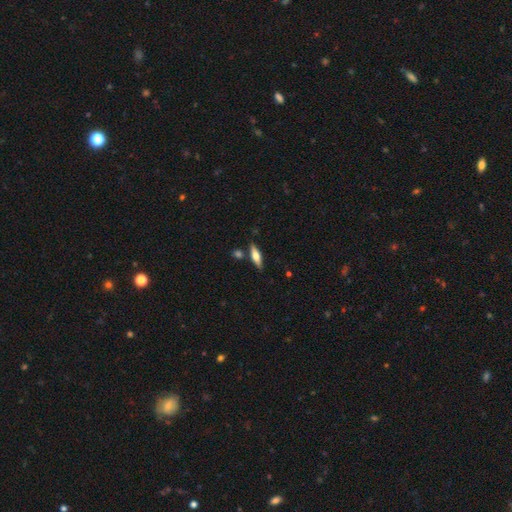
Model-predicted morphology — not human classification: smooth_or_featured: smooth (p=0.49) [alt: featured or disk p=0.44]
merging: none (p=0.82) [alt: minor disturbance p=0.11]